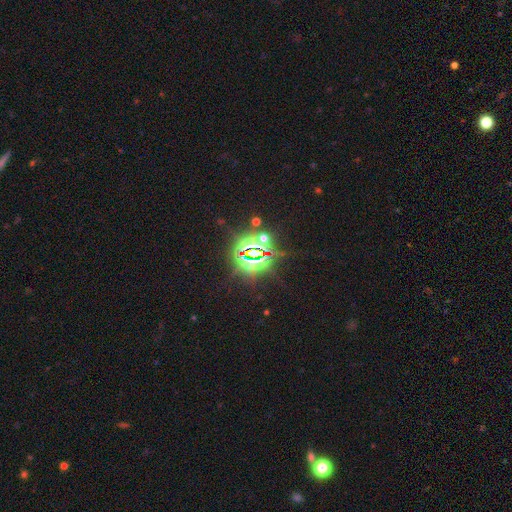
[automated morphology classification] Smooth or featured? Predicted: star or artifact (p=0.85).